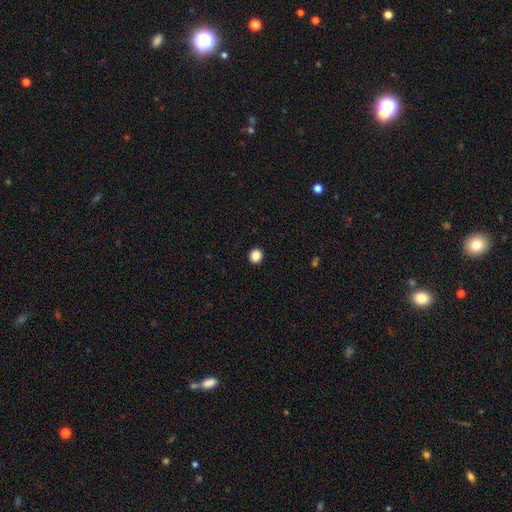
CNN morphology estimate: smooth 87%, star or artifact 10%, featured or disk 3%. Down the decision tree: how rounded — round (89%); merging — none (93%).